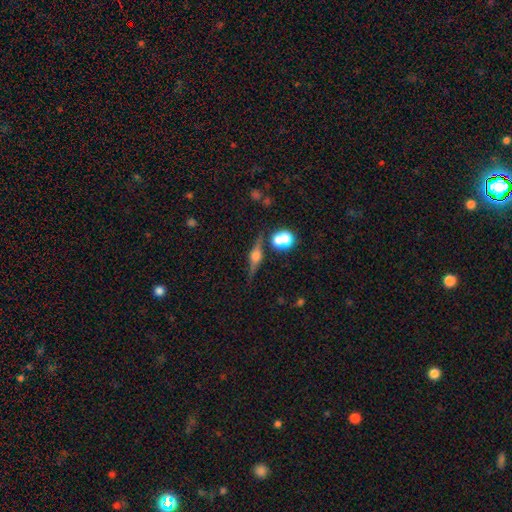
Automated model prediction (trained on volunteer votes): Morphology: type=featured or disk (74%); edge-on=yes (95%); edge-on bulge=rounded (93%); merging=none (77%).